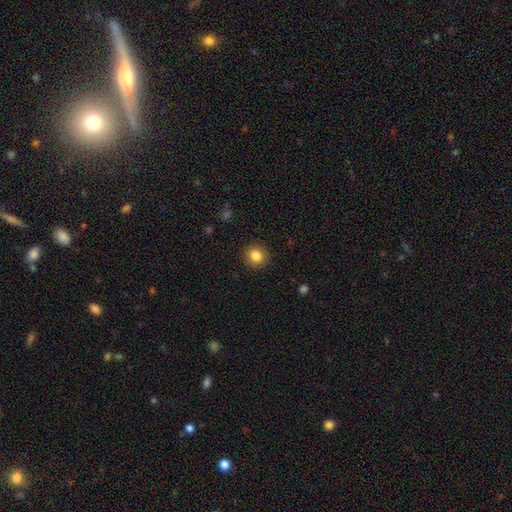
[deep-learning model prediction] smooth_or_featured: smooth (p=0.84) [alt: star or artifact p=0.10]
how_rounded: round (p=0.87) [alt: in between p=0.12]
merging: none (p=0.90) [alt: minor disturbance p=0.07]